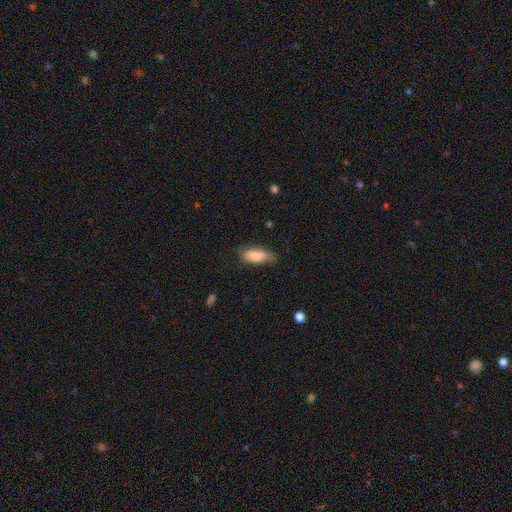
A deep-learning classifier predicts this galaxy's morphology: Smooth or featured: smooth — 84% (featured or disk — 9%)
How rounded: in between — 78% (cigar-shaped — 19%)
Merging: none — 58% (minor disturbance — 32%)